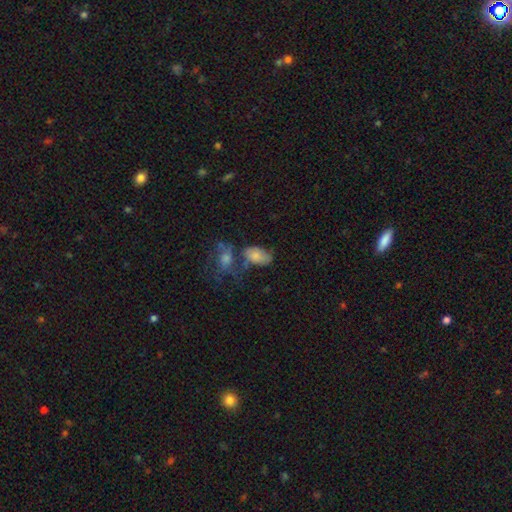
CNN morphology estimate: This is likely a smooth galaxy (71%). How rounded: clearly in between (90%). Merging: marginally none (33%).